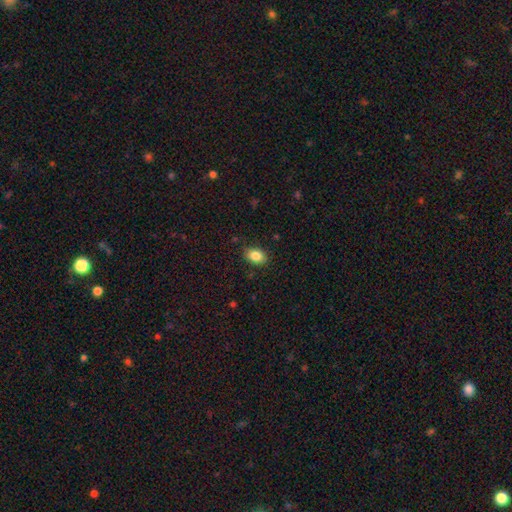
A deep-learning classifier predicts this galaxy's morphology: smooth 86%, star or artifact 9%, featured or disk 6%. Down the decision tree: how rounded — in between (81%); merging — none (86%).